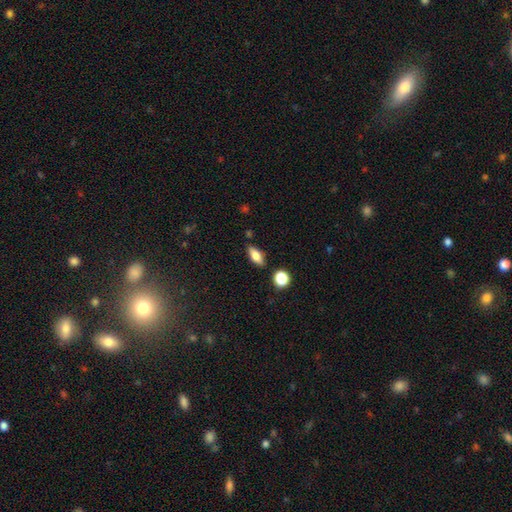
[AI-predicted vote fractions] Overall: smooth (74%). How rounded: in between (78%). Merging: none (84%).